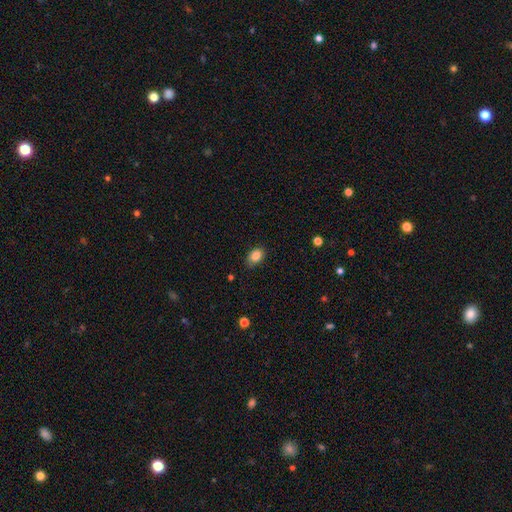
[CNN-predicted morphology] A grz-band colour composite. It shows a smooth galaxy with no disk features (86%) that is in between round and cigar-shaped (81%). Merging: none (82%).